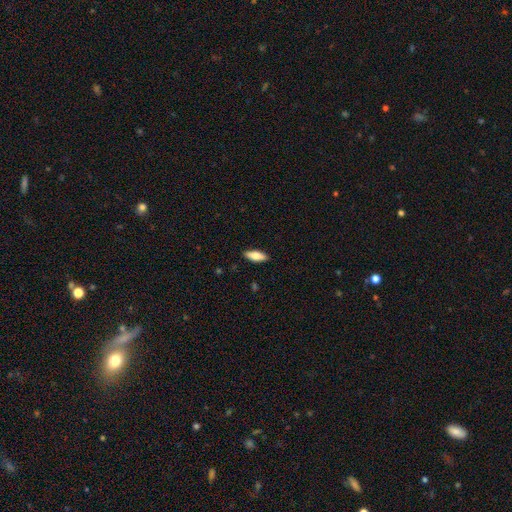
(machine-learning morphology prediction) smooth_or_featured: smooth (p=0.78) [alt: featured or disk p=0.16]
how_rounded: in between (p=0.70) [alt: cigar-shaped p=0.28]
merging: none (p=0.89) [alt: minor disturbance p=0.08]